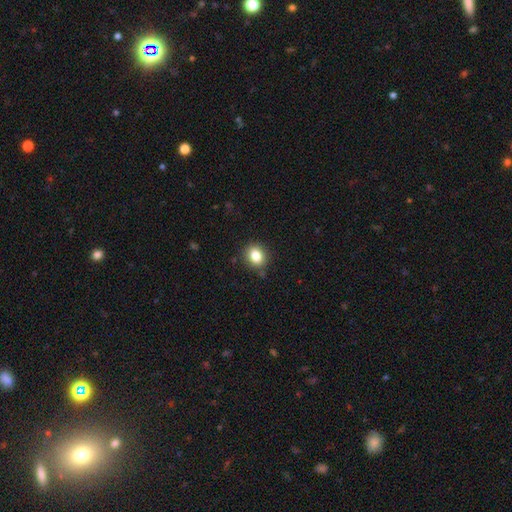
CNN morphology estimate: smooth 82%, star or artifact 11%, featured or disk 7%. Down the decision tree: how rounded — round (62%); merging — none (86%).